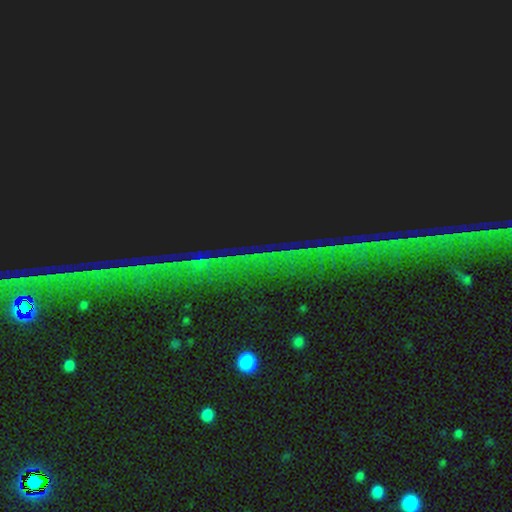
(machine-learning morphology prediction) The model was most divided on "smooth or featured": star or artifact: 81%, smooth: 10%, featured or disk: 9%.